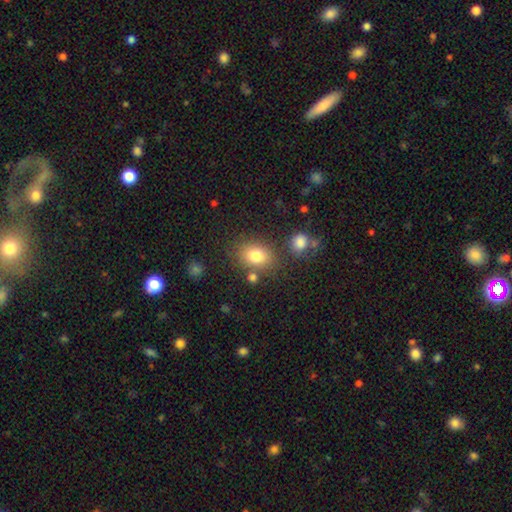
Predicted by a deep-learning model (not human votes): Smooth or featured?
  - smooth: 80% *
  - star or artifact: 11%
  - featured or disk: 10%
How rounded?
  - in between: 61% *
  - round: 38%
  - cigar-shaped: 1%
Merging?
  - none: 72% *
  - minor disturbance: 13%
  - merger: 10%
  - major disturbance: 5%